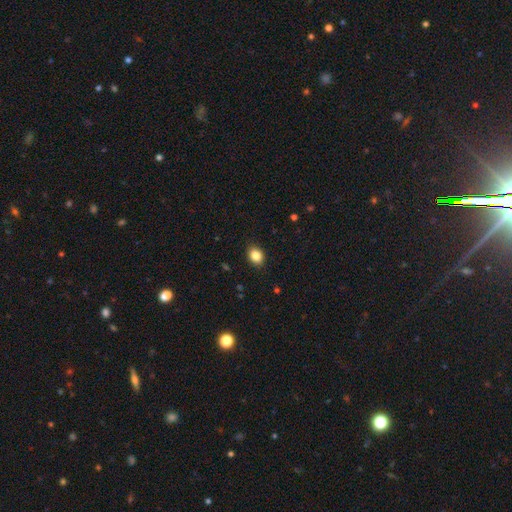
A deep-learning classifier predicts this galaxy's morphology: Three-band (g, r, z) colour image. It shows a smooth galaxy with no disk features (85%) that is in between round and cigar-shaped (58%). Merging: none (89%).